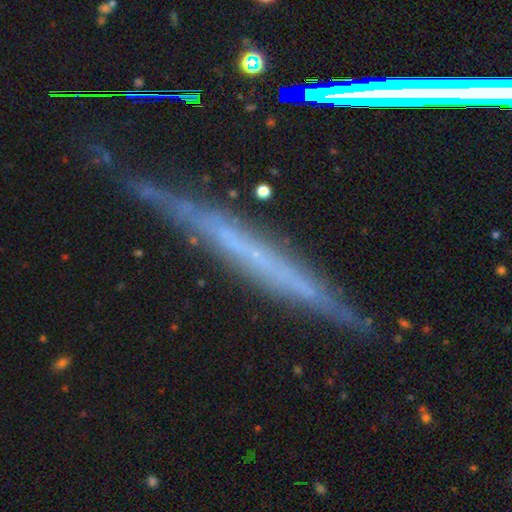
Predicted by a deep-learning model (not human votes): A featured or disk galaxy (62%) viewed edge-on (93%) with no central bulge (85%). Merging: none (77%).